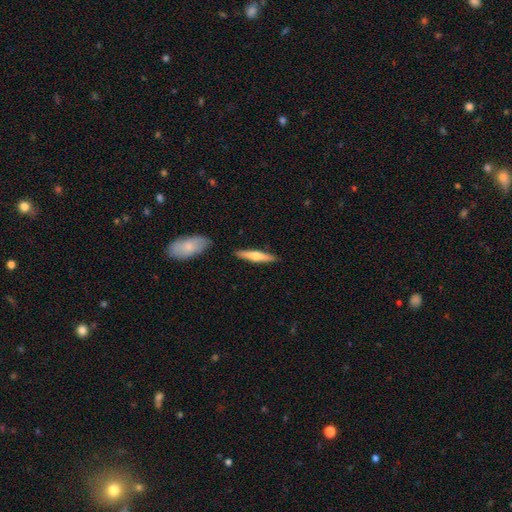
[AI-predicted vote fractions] A smooth galaxy with no disk features (54%) that is cigar-shaped (87%). Merging: none (87%).